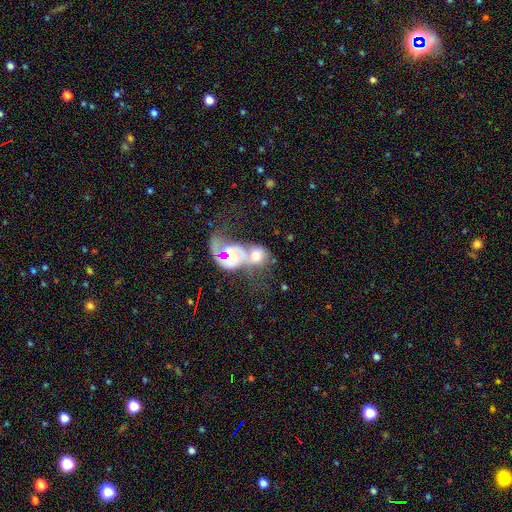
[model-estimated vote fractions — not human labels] Morphology: type=featured or disk (59%); edge-on=no (95%); bar=no (68%); spiral arms=yes (62%); bulge=moderate (43%); merging=merger (68%).